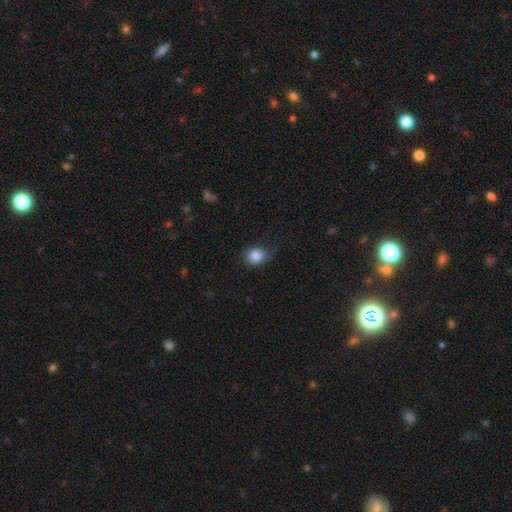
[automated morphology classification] smooth 83%, featured or disk 9%, star or artifact 8%. Down the decision tree: how rounded — round (55%); merging — none (62%).